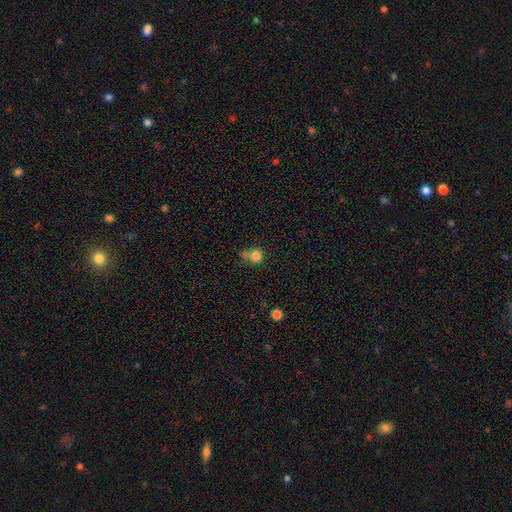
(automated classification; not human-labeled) Q: Smooth or featured?
A: smooth (81%); runner-up: star or artifact (12%)
Q: How rounded?
A: round (87%); runner-up: in between (12%)
Q: Merging?
A: none (53%); runner-up: merger (29%)